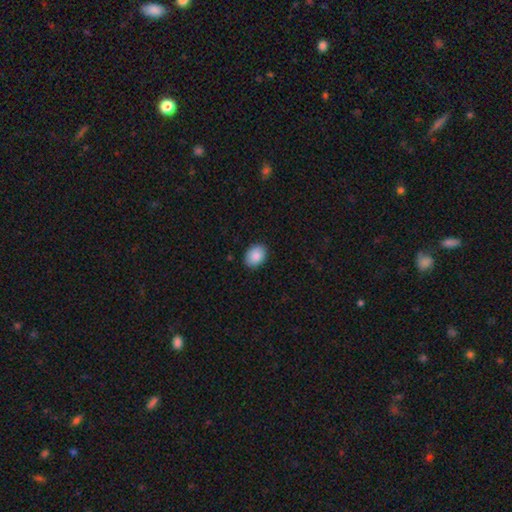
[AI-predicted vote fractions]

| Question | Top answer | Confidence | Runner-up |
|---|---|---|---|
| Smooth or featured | smooth | 90% | star or artifact (7%) |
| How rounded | in between | 72% | round (27%) |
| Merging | none | 87% | minor disturbance (10%) |